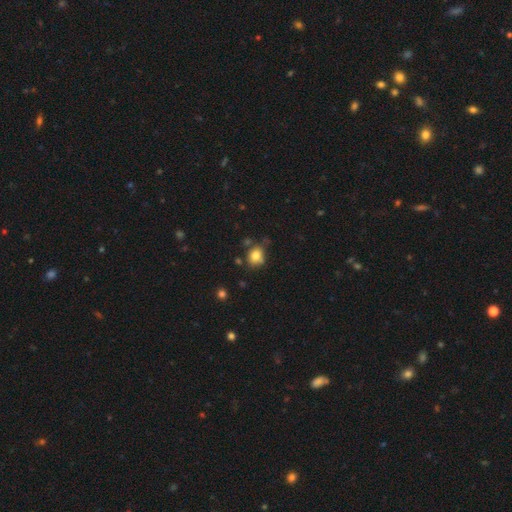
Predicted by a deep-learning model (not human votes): smooth 80%, star or artifact 11%, featured or disk 9%. Down the decision tree: how rounded — round (59%); merging — none (64%).